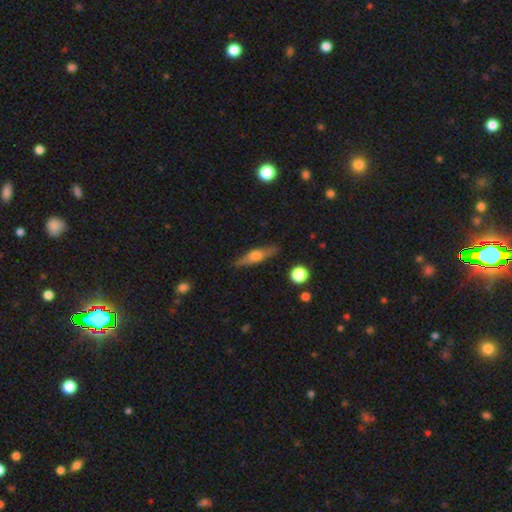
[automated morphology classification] Smooth or featured? featured or disk (56%)
Edge-on disk? yes (91%)
Edge-on bulge? rounded (93%)
Merging? none (85%)